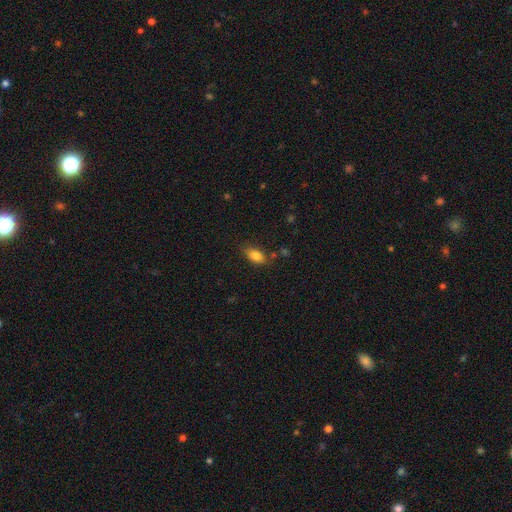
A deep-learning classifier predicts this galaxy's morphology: smooth-or-featured: smooth: 82% | featured or disk: 9% | star or artifact: 9%
  how-rounded: in between: 87% | round: 7% | cigar-shaped: 6%
  merging: none: 78% | minor disturbance: 15% | major disturbance: 4% | merger: 3%